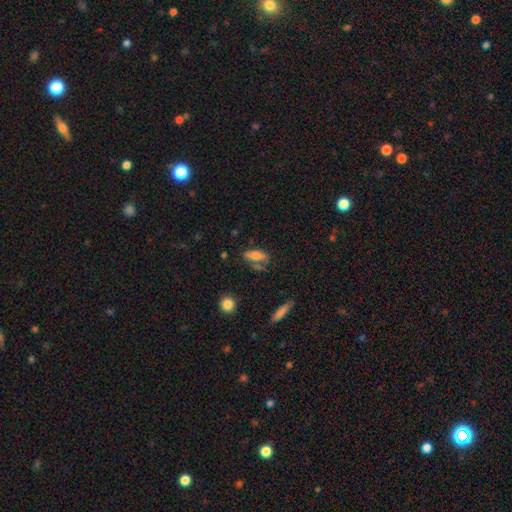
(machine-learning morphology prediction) A smooth galaxy with no disk features (73%) that is in between round and cigar-shaped (74%).

Vote fractions:
- Smooth or featured? smooth: 73% / featured or disk: 17% / star or artifact: 10%
- How rounded? in between: 74% / cigar-shaped: 23% / round: 4%
- Merging? none: 52% / minor disturbance: 23% / major disturbance: 13% / merger: 12%